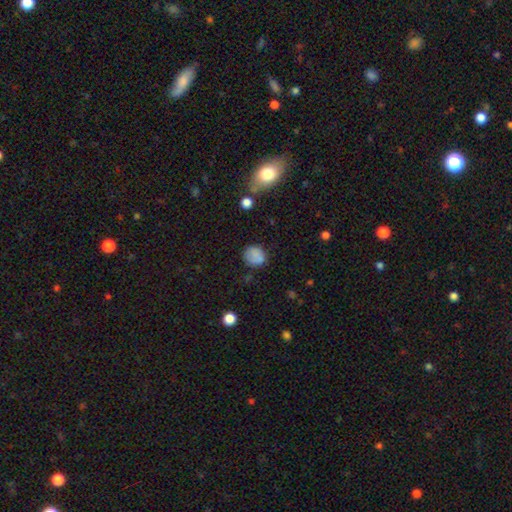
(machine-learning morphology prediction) smooth 81%, star or artifact 11%, featured or disk 8%. Down the decision tree: how rounded — round (71%); merging — none (75%).